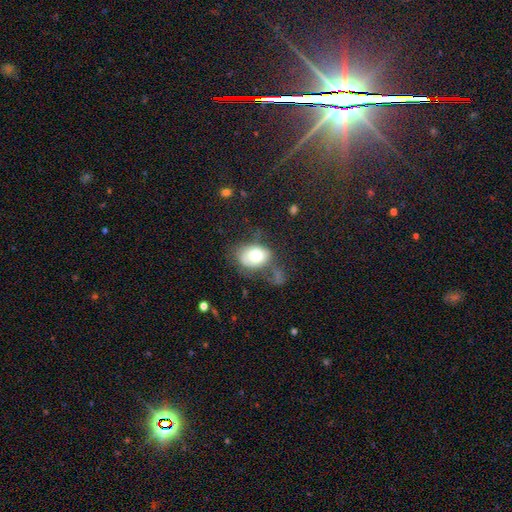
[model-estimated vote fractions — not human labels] Smooth or featured?
  - smooth: 71% *
  - featured or disk: 21%
  - star or artifact: 9%
How rounded?
  - in between: 72% *
  - round: 27%
  - cigar-shaped: 1%
Merging?
  - none: 40% *
  - major disturbance: 27%
  - minor disturbance: 26%
  - merger: 7%